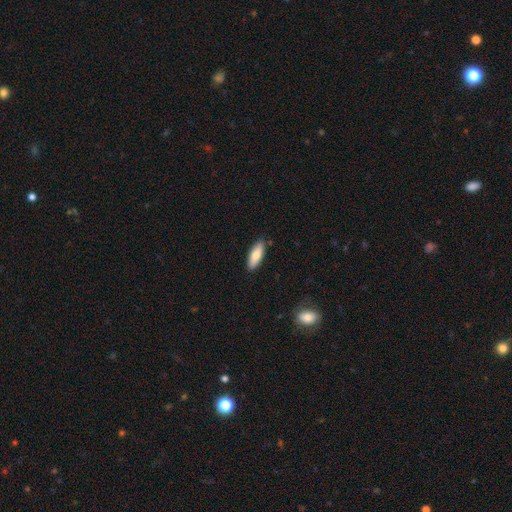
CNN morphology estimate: A smooth galaxy with no disk features (77%) that is in between round and cigar-shaped (63%).

Vote fractions:
- Smooth or featured? smooth: 77% / featured or disk: 17% / star or artifact: 6%
- How rounded? in between: 63% / cigar-shaped: 35% / round: 2%
- Merging? none: 88% / minor disturbance: 9% / major disturbance: 2% / merger: 1%